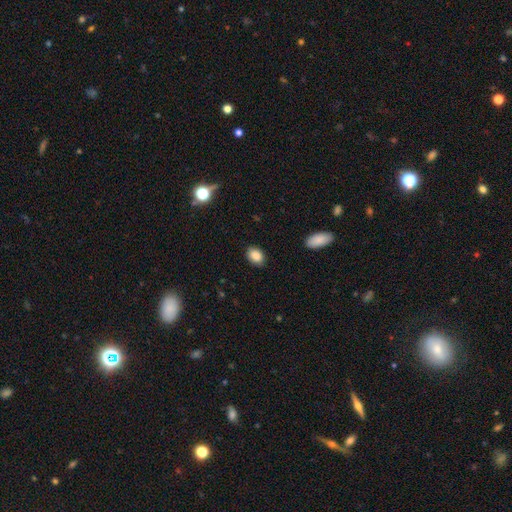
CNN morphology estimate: This appears to be a smooth galaxy with no disk features (88%) that is in between round and cigar-shaped (78%). Merging: none (85%).